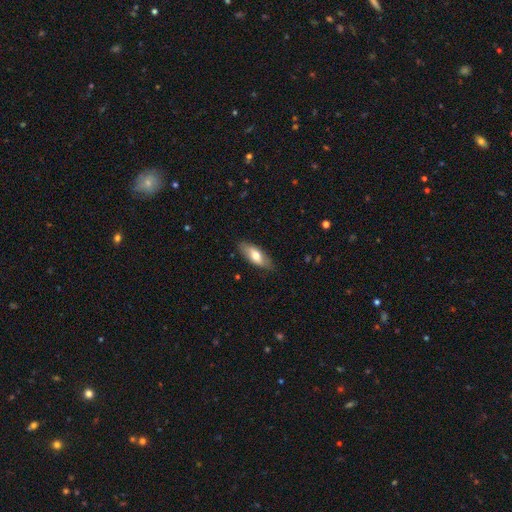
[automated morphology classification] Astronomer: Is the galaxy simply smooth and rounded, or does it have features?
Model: smooth — 64%.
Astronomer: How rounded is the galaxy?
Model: in between — 77%.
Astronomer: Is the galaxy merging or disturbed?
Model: none — 83%.